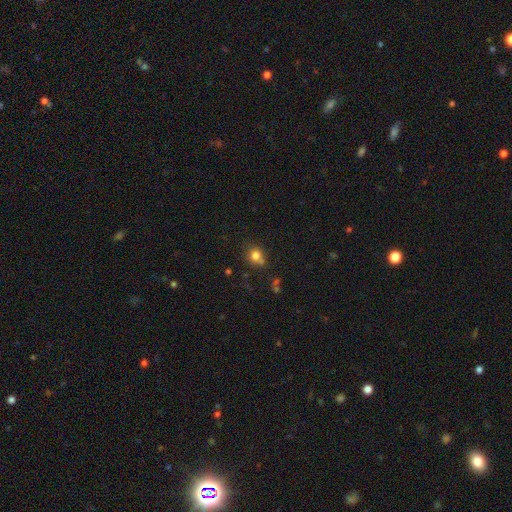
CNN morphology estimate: A smooth galaxy with no disk features (79%) that is round (78%).

Vote fractions:
- Smooth or featured? smooth: 79% / star or artifact: 13% / featured or disk: 8%
- How rounded? round: 78% / in between: 21% / cigar-shaped: 1%
- Merging? none: 63% / minor disturbance: 18% / merger: 13% / major disturbance: 6%